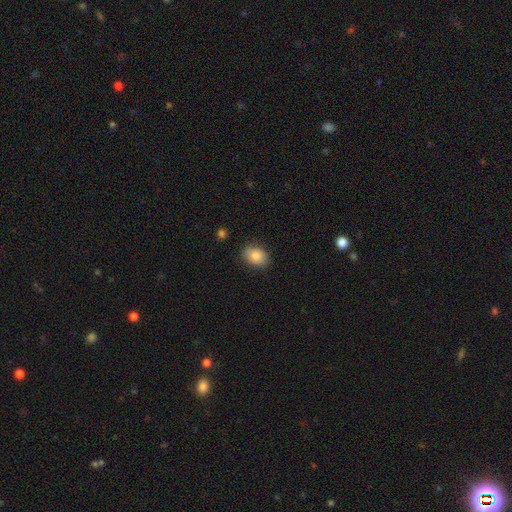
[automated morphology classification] type=smooth (85%); roundness=in between (69%); merging=none (83%).